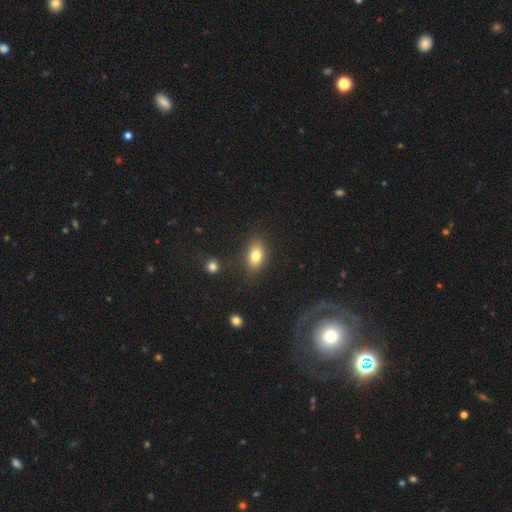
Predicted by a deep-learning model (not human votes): Morphology: type=smooth (78%); roundness=in between (83%); merging=none (82%).